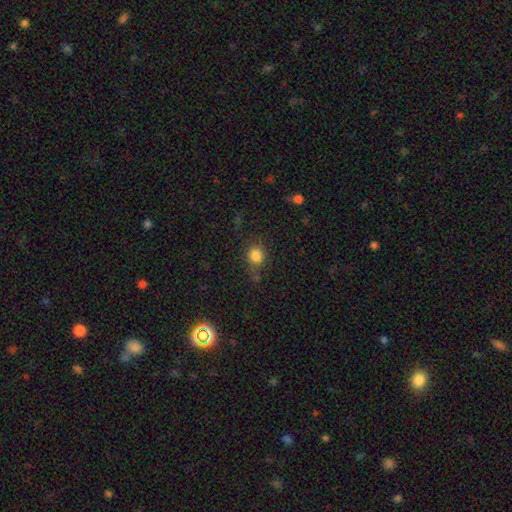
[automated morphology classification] smooth 83%, star or artifact 11%, featured or disk 6%. Down the decision tree: how rounded — round (77%); merging — none (70%).